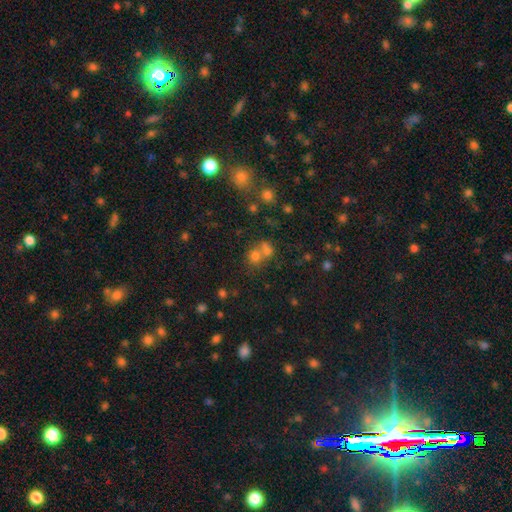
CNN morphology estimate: smooth-or-featured: smooth: 65% | star or artifact: 23% | featured or disk: 12%
  how-rounded: round: 73% | in between: 26% | cigar-shaped: 1%
  merging: merger: 50% | none: 39% | minor disturbance: 7% | major disturbance: 4%